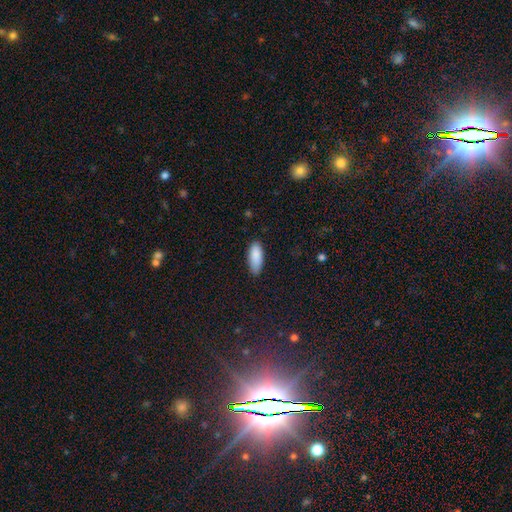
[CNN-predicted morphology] Overall: smooth (89%). How rounded: in between (79%). Merging: none (79%).